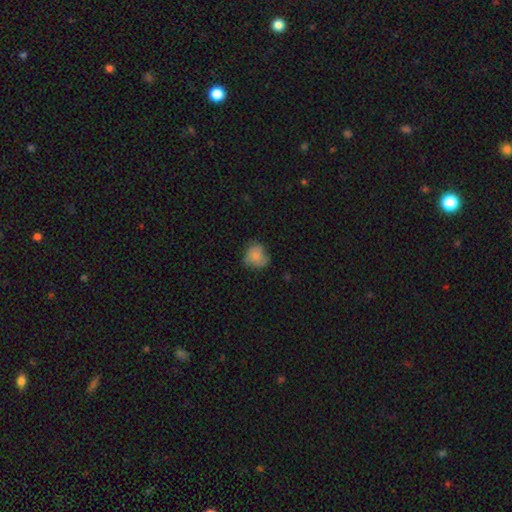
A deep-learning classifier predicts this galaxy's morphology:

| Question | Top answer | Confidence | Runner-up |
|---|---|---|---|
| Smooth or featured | smooth | 78% | featured or disk (13%) |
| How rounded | round | 70% | in between (29%) |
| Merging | none | 59% | minor disturbance (30%) |